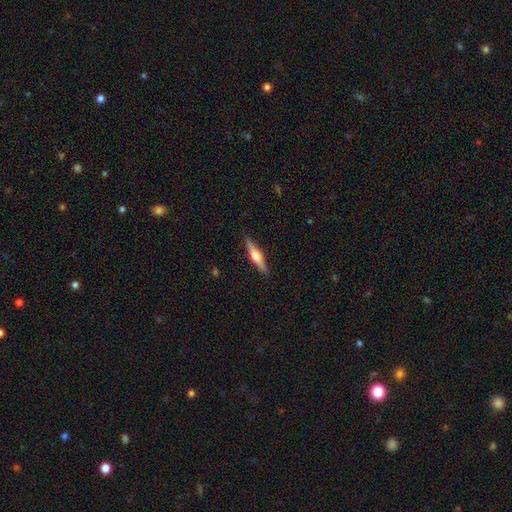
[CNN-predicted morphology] featured or disk 63%, smooth 31%, star or artifact 6%. Down the decision tree: edge-on disk — yes (97%); edge-on bulge — rounded (90%); merging — none (90%).